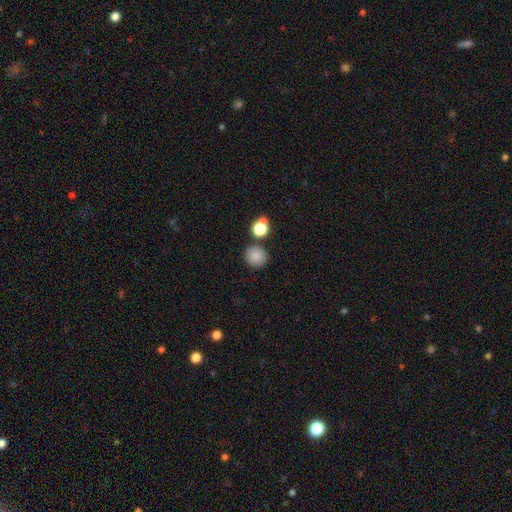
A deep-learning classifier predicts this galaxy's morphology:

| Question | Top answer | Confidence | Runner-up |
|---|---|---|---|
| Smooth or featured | smooth | 83% | star or artifact (11%) |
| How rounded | round | 91% | in between (8%) |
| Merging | none | 81% | merger (8%) |